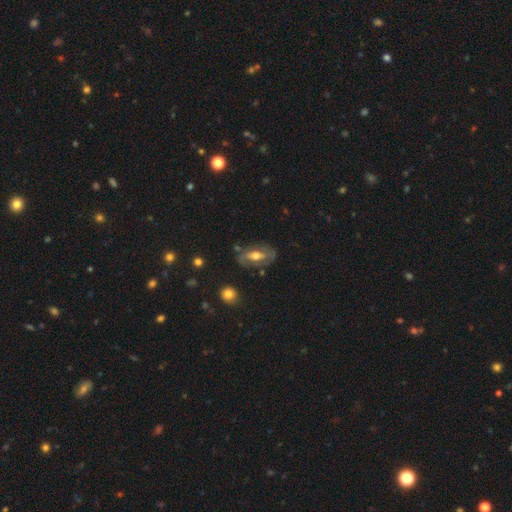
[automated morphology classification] Smooth or featured? featured or disk (63%)
Edge-on disk? no (84%)
Bar? no (39%)
Spiral arms? yes (59%)
Bulge size? moderate (73%)
Merging? none (67%)